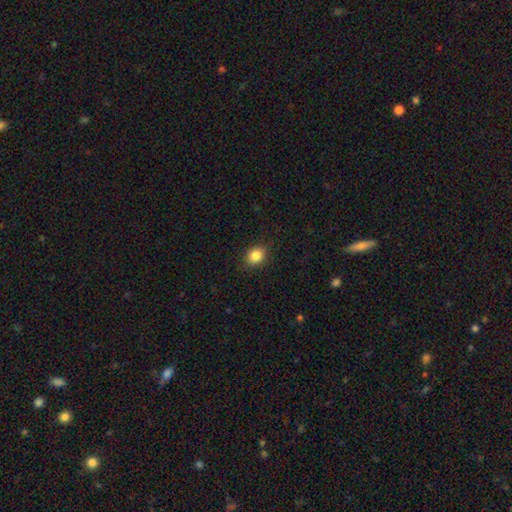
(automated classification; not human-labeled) A smooth galaxy with no disk features (86%) that is round (60%).

Vote fractions:
- Smooth or featured? smooth: 86% / star or artifact: 10% / featured or disk: 5%
- How rounded? round: 60% / in between: 39% / cigar-shaped: 1%
- Merging? none: 89% / minor disturbance: 8% / major disturbance: 2% / merger: 1%